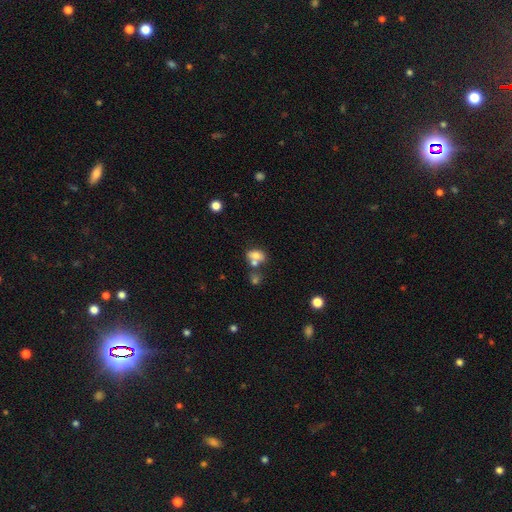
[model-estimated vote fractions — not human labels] A smooth galaxy with no disk features (70%) that is in between round and cigar-shaped (78%).

Vote fractions:
- Smooth or featured? smooth: 70% / featured or disk: 18% / star or artifact: 11%
- How rounded? in between: 78% / round: 20% / cigar-shaped: 2%
- Merging? merger: 45% / none: 34% / minor disturbance: 13% / major disturbance: 7%